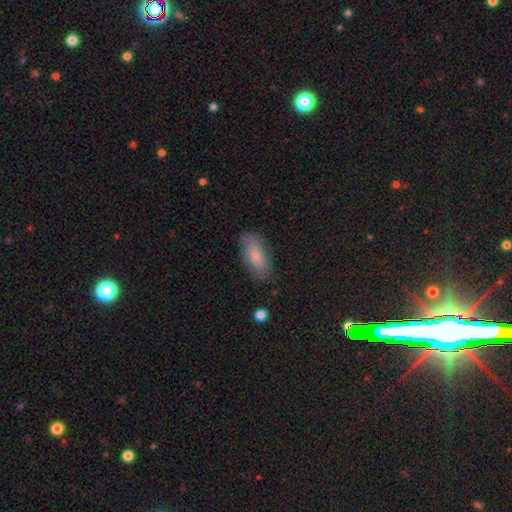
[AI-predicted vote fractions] Smooth or featured? Predicted: smooth (p=0.78). How rounded? Predicted: in between (p=0.86). Merging? Predicted: none (p=0.80).